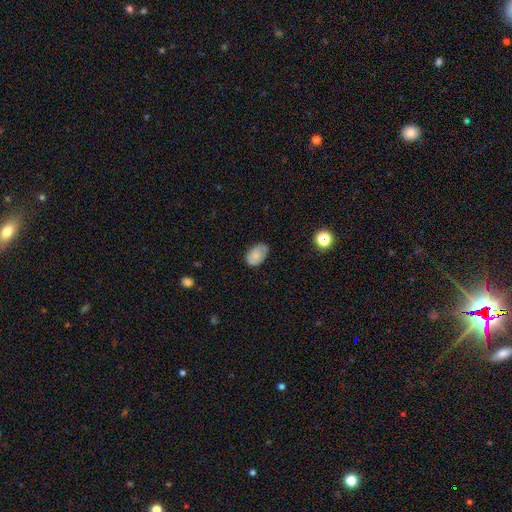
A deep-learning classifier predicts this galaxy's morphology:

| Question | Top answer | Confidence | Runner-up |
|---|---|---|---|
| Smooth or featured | smooth | 74% | featured or disk (18%) |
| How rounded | in between | 89% | round (10%) |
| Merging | none | 73% | minor disturbance (22%) |